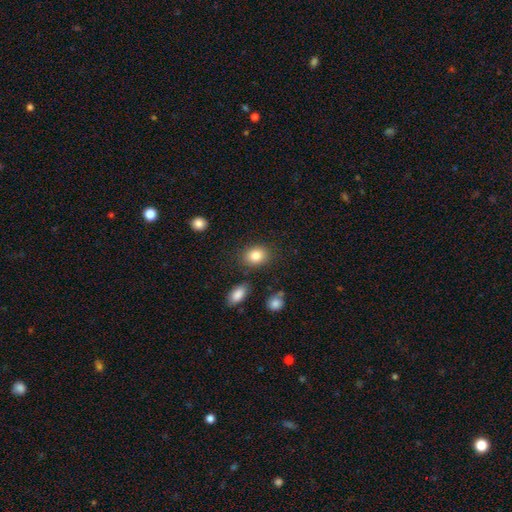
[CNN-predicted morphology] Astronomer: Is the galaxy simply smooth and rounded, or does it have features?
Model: smooth — 84%.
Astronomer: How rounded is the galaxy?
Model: in between — 55% (runner-up: round, 44%).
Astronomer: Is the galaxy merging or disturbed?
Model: none — 81%.